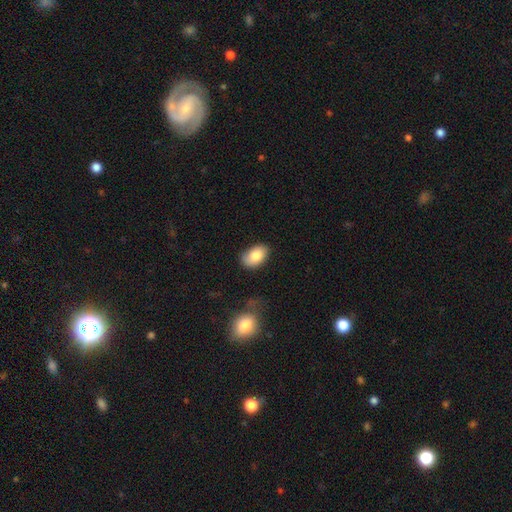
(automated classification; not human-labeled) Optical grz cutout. It shows a smooth galaxy with no disk features (82%) that is in between round and cigar-shaped (90%). Merging: none (72%).